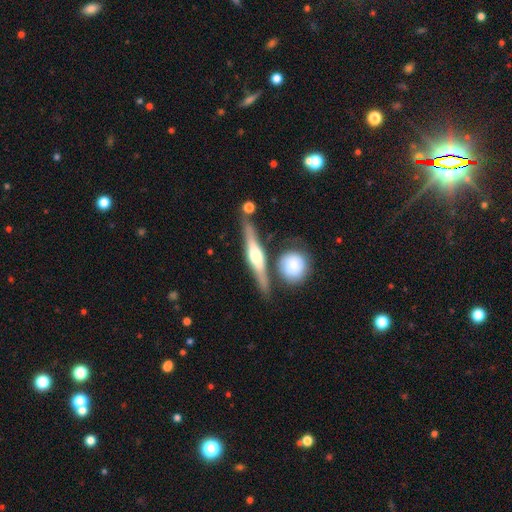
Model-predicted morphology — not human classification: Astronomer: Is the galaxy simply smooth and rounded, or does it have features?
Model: featured or disk — 74%.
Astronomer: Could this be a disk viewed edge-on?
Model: yes — 96%.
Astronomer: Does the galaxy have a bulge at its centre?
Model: rounded — 81%.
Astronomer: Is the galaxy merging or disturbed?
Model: none — 75%.